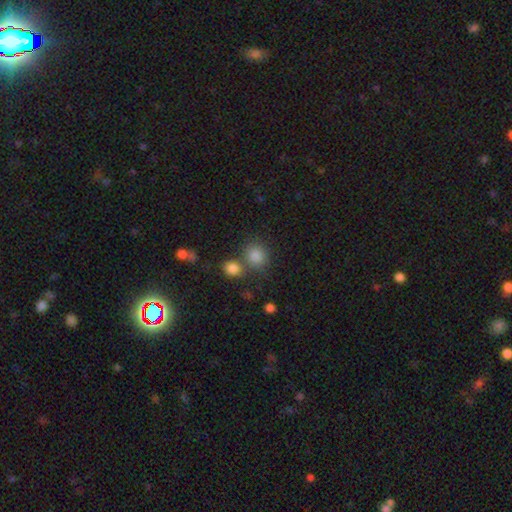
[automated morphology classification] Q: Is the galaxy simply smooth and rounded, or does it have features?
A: smooth — 84%.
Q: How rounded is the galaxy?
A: round — 80%.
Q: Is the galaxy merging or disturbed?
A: none — 61%.